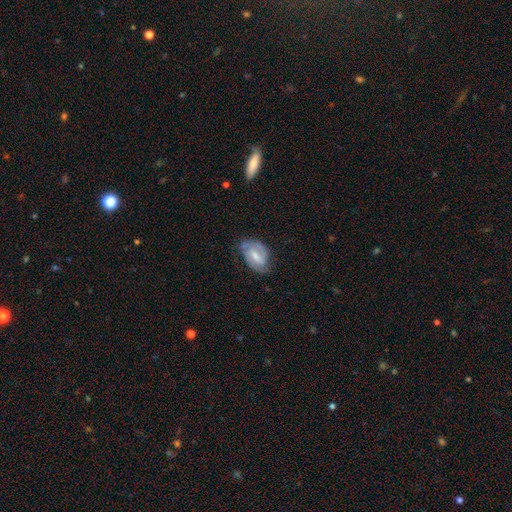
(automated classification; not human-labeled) Morphology: type=featured or disk (76%); edge-on=no (97%); bar=weak (54%); spiral arms=yes (93%); winding=medium (46%); arm count=2 (82%); bulge=small (43%, tied with moderate); merging=none (68%).